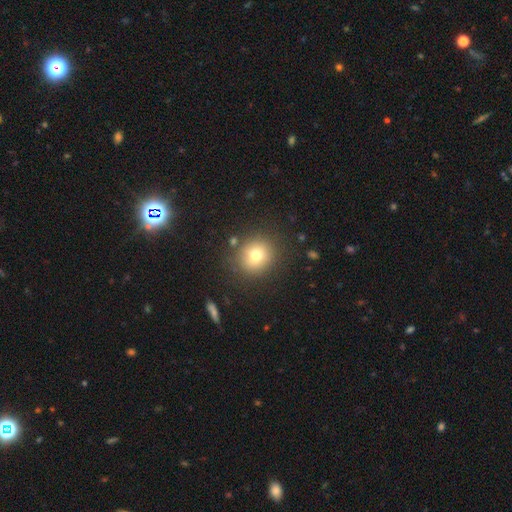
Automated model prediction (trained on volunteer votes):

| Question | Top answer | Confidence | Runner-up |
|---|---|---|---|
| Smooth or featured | smooth | 73% | star or artifact (14%) |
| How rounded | round | 87% | in between (13%) |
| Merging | none | 84% | minor disturbance (9%) |